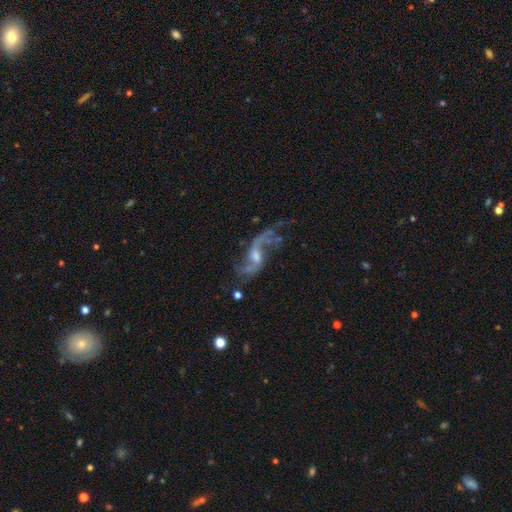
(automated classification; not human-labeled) A featured or disk galaxy (83%) with no bar (44%), 2 (83%) loose (76%) spiral arms (93%) and a moderate central bulge (47%).

Vote fractions:
- Smooth or featured? featured or disk: 83% / star or artifact: 10% / smooth: 7%
- Edge-on disk? no: 93% / yes: 7%
- Bar? no: 44% / weak: 43% / strong: 13%
- Spiral arms? yes: 93% / no: 7%
- Spiral winding? loose: 76% / medium: 19% / tight: 5%
- Spiral arm count? 2: 83% / can't tell: 6% / 1: 4% / 3: 4% / 4: 2% / more than 4: 2%
- Bulge size? moderate: 47% / small: 41% / none: 6% / large: 4% / dominant: 1%
- Merging? none: 61% / major disturbance: 18% / minor disturbance: 17% / merger: 4%